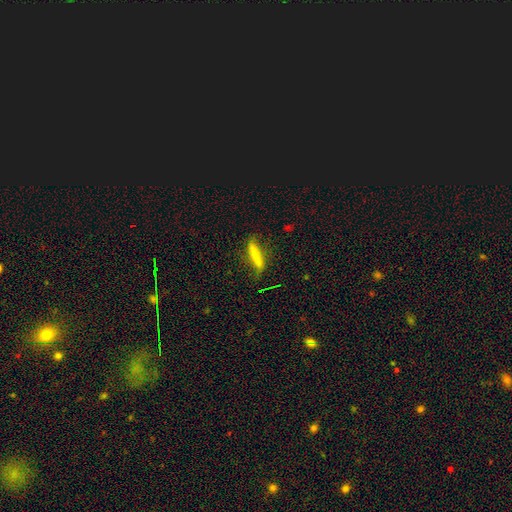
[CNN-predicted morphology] This appears to be a smooth galaxy with no disk features (63%) that is cigar-shaped (88%). Merging: none (72%).